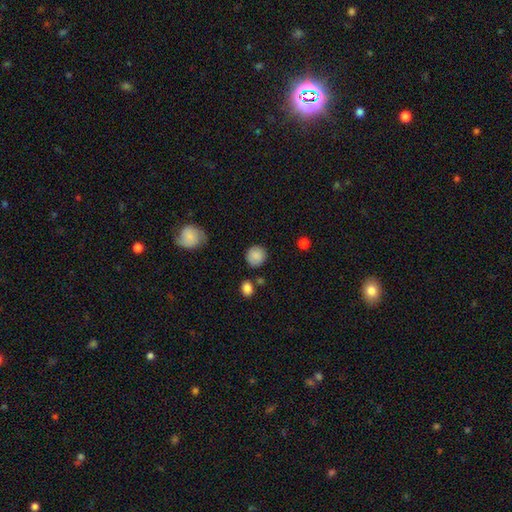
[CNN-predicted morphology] Overall: smooth (87%). How rounded: round (89%). Merging: none (82%).